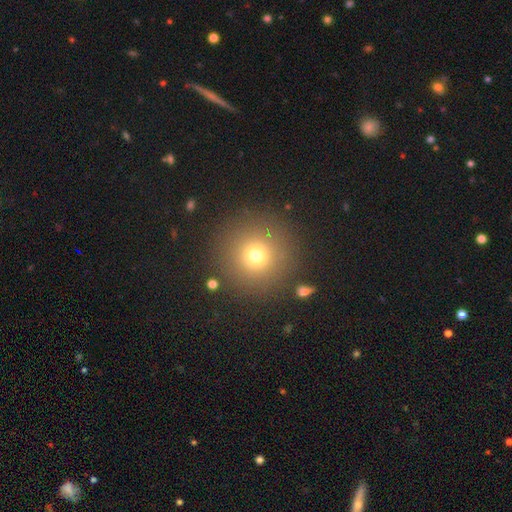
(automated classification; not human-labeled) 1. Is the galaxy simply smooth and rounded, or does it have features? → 72% smooth, 17% star or artifact, 11% featured or disk.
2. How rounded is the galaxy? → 96% round, 3% in between, 1% cigar-shaped.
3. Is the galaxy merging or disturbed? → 88% none, 6% minor disturbance, 4% major disturbance, 2% merger.